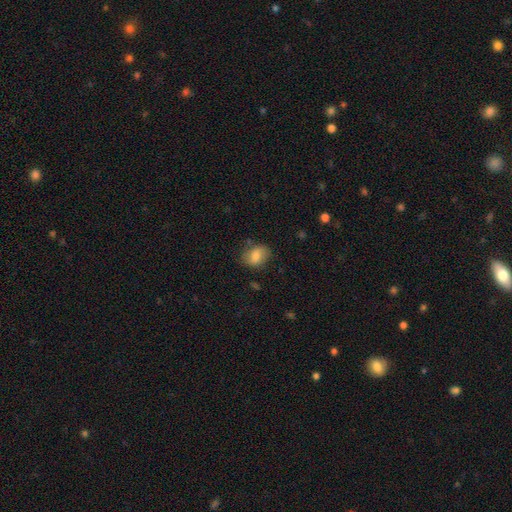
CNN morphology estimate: A smooth galaxy with no disk features (75%) that is in between round and cigar-shaped (63%).

Vote fractions:
- Smooth or featured? smooth: 75% / featured or disk: 17% / star or artifact: 8%
- How rounded? in between: 63% / round: 36% / cigar-shaped: 1%
- Merging? none: 69% / minor disturbance: 22% / major disturbance: 7% / merger: 2%